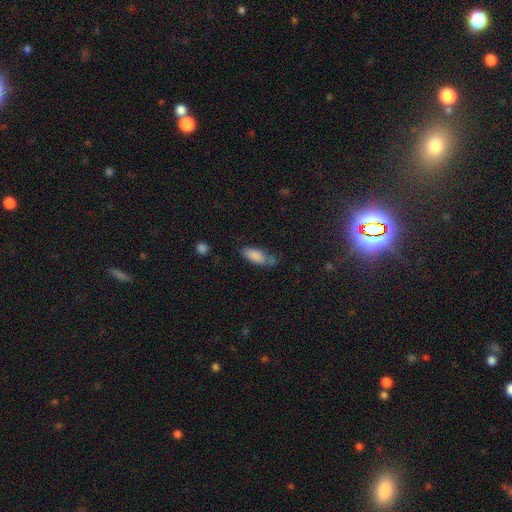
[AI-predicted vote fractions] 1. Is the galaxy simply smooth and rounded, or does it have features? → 84% smooth, 9% featured or disk, 7% star or artifact.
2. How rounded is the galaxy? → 74% in between, 24% cigar-shaped, 2% round.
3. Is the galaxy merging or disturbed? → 52% none, 33% minor disturbance, 9% major disturbance, 6% merger.